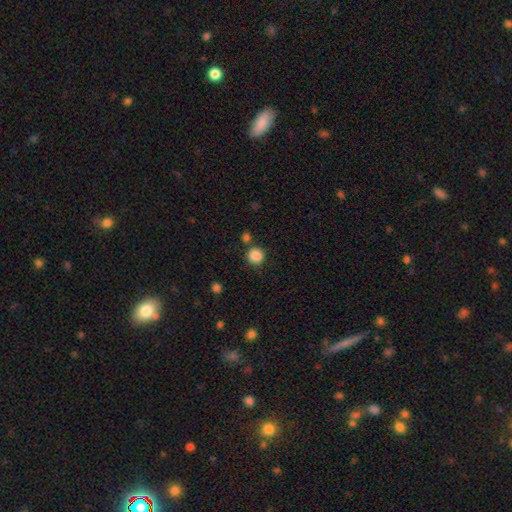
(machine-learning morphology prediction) This is clearly a smooth galaxy (86%). How rounded: clearly round (92%). Merging: likely none (80%).